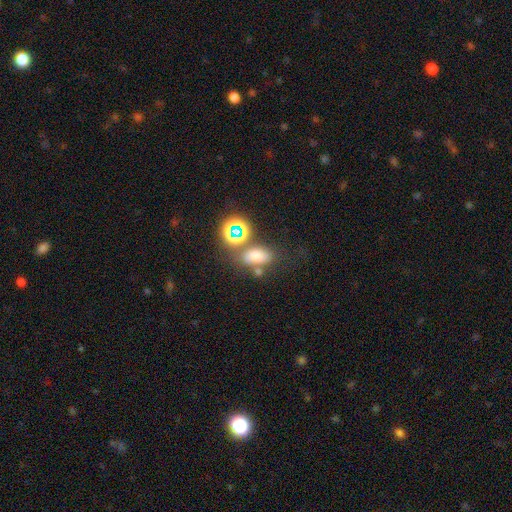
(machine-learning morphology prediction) Q: Smooth or featured?
A: smooth (62%); runner-up: star or artifact (25%)
Q: How rounded?
A: in between (73%); runner-up: round (24%)
Q: Merging?
A: none (57%); runner-up: merger (21%)